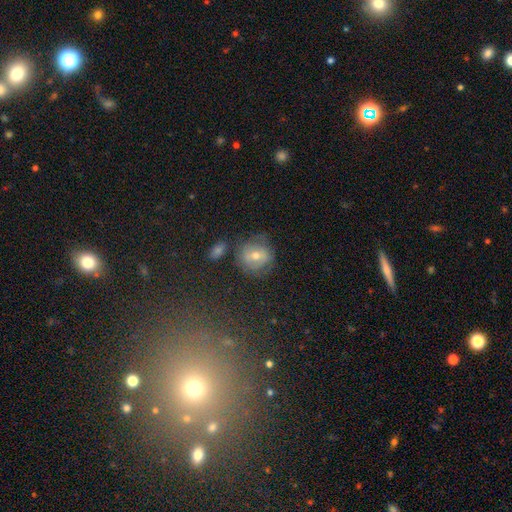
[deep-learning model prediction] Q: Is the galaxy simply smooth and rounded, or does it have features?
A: smooth — 55%.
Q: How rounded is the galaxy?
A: round — 81%.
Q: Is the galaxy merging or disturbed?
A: none — 67%.